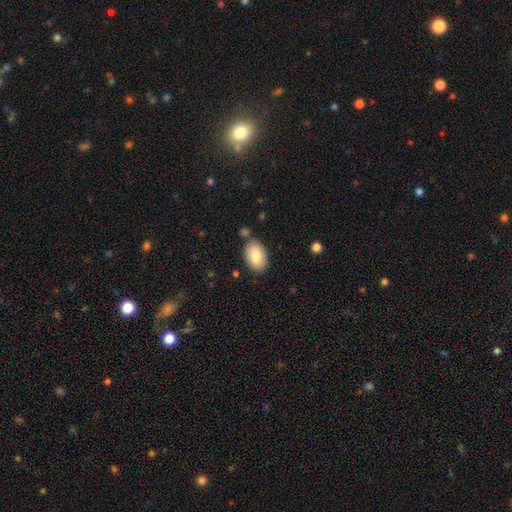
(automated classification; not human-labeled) Smooth or featured: smooth — 82% (featured or disk — 11%)
How rounded: in between — 92% (round — 7%)
Merging: none — 80% (minor disturbance — 12%)